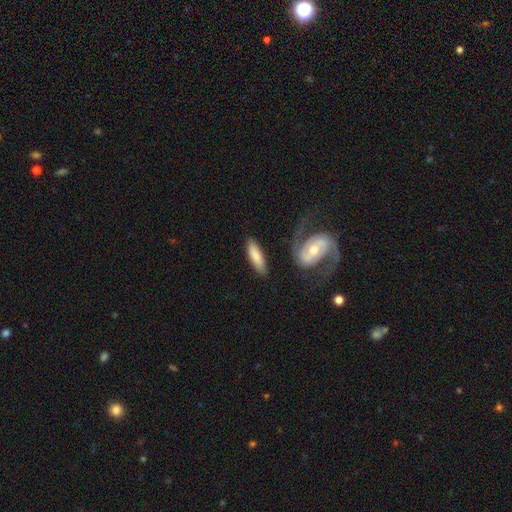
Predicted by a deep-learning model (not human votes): This is likely a smooth galaxy (74%). How rounded: possibly cigar-shaped (58%). Merging: likely none (73%).